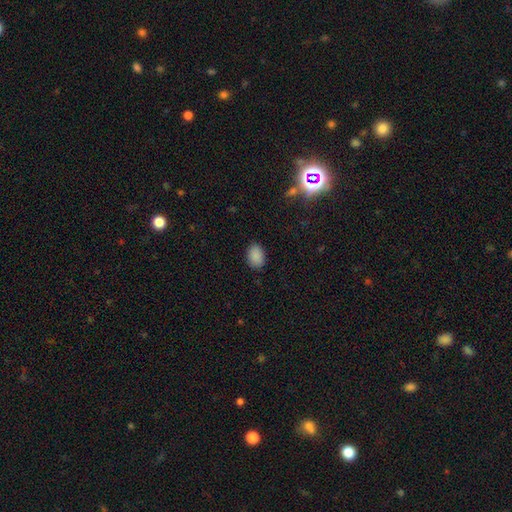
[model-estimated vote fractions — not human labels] Smooth or featured? Predicted: smooth (p=0.88). How rounded? Predicted: in between (p=0.80). Merging? Predicted: none (p=0.85).